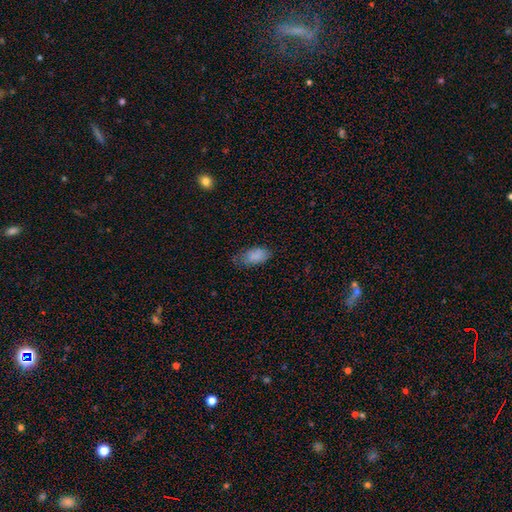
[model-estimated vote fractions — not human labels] smooth_or_featured: smooth (p=0.85) [alt: star or artifact p=0.08]
how_rounded: in between (p=0.93) [alt: cigar-shaped p=0.04]
merging: none (p=0.60) [alt: minor disturbance p=0.30]